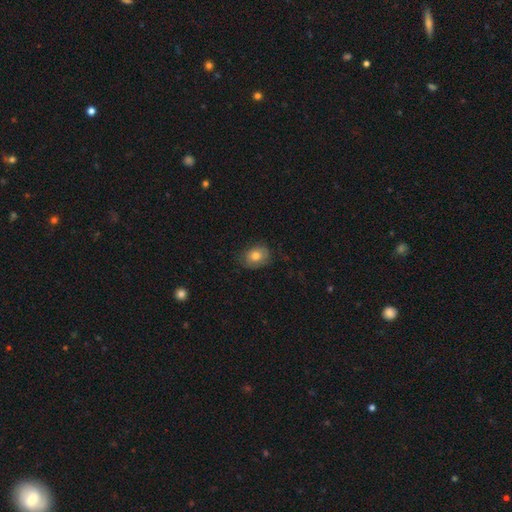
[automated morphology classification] Q: Smooth or featured?
A: smooth (71%); runner-up: featured or disk (21%)
Q: How rounded?
A: in between (56%); runner-up: round (43%)
Q: Merging?
A: none (70%); runner-up: minor disturbance (22%)